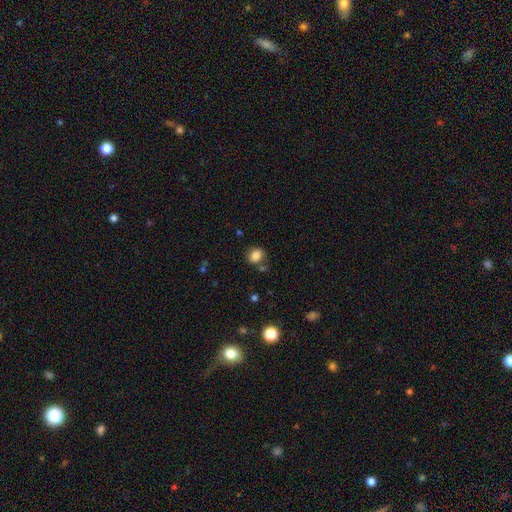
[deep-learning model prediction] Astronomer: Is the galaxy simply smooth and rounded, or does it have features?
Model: smooth — 83%.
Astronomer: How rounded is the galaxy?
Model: round — 61% (runner-up: in between, 38%).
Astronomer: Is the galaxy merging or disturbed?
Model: none — 73%.